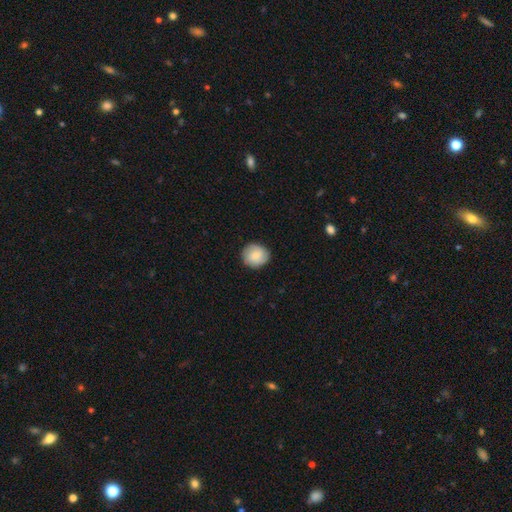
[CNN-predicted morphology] A smooth galaxy with no disk features (79%) that is round (84%).

Vote fractions:
- Smooth or featured? smooth: 79% / featured or disk: 14% / star or artifact: 7%
- How rounded? round: 84% / in between: 15% / cigar-shaped: 1%
- Merging? none: 85% / minor disturbance: 11% / major disturbance: 2% / merger: 1%